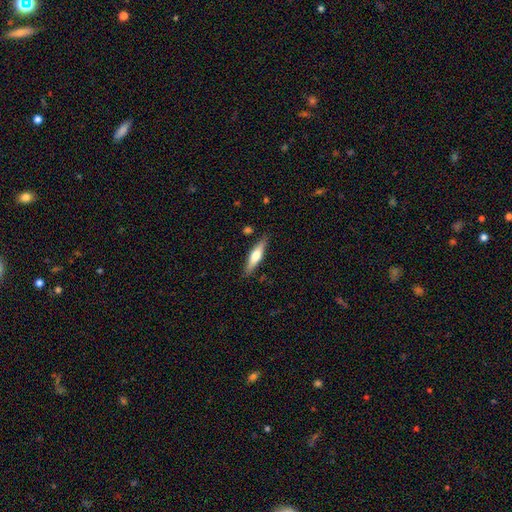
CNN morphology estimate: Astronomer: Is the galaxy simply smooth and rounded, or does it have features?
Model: smooth — 52% (runner-up: featured or disk, 43%).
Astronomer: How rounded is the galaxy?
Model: cigar-shaped — 72%.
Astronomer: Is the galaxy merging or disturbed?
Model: none — 85%.